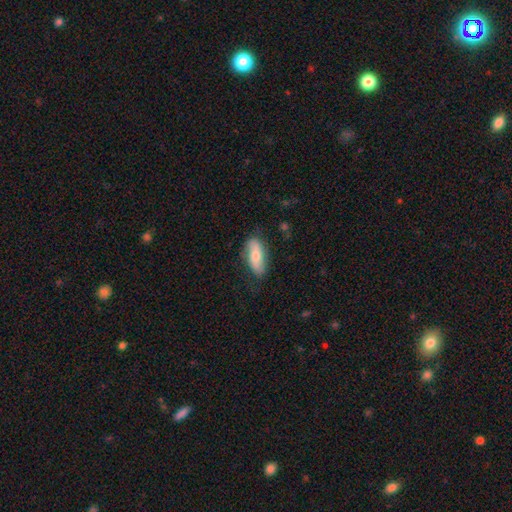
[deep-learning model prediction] smooth 62%, featured or disk 32%, star or artifact 6%. Down the decision tree: how rounded — in between (76%); merging — none (78%).